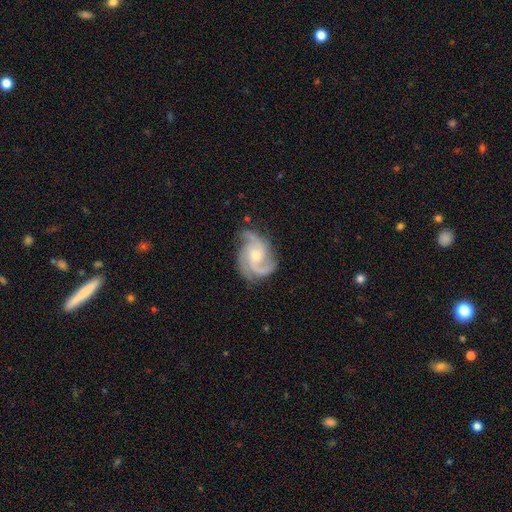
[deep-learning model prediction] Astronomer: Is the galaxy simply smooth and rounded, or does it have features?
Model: featured or disk — 91%.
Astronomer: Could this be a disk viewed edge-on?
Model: no — 98%.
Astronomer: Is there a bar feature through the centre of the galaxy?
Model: no — 66%.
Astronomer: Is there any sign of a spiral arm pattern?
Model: yes — 98%.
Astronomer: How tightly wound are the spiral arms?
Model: medium — 55% (runner-up: tight, 31%).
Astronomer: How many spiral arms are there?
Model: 3 — 66%.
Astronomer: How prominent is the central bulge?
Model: moderate — 53% (runner-up: small, 42%).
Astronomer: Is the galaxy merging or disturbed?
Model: none — 72%.